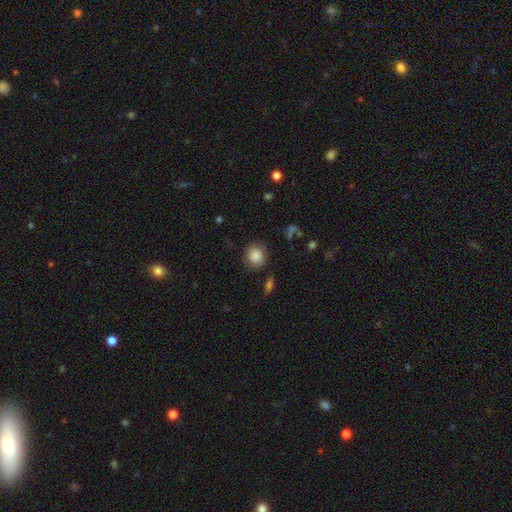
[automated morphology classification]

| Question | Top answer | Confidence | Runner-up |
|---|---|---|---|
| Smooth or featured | smooth | 86% | star or artifact (9%) |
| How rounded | round | 83% | in between (15%) |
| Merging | none | 83% | minor disturbance (11%) |